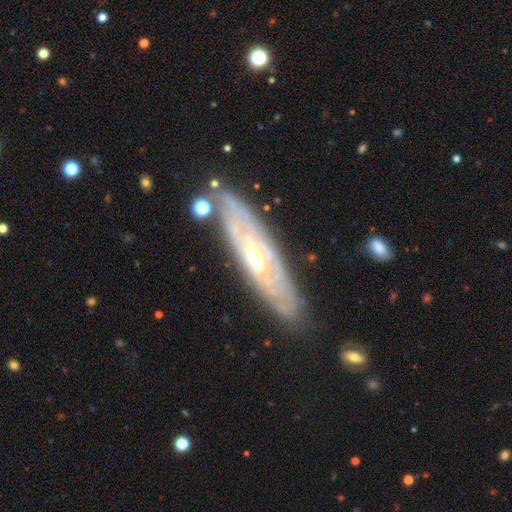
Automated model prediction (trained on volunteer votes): Smooth or featured?
  - featured or disk: 83% *
  - smooth: 12%
  - star or artifact: 5%
Edge-on disk?
  - no: 72% *
  - yes: 28%
Bar?
  - no: 64% *
  - weak: 25%
  - strong: 11%
Spiral arms?
  - yes: 72% *
  - no: 28%
Bulge size?
  - moderate: 68% *
  - small: 16%
  - large: 13%
  - dominant: 2%
  - none: 1%
Merging?
  - none: 74% *
  - minor disturbance: 17%
  - major disturbance: 6%
  - merger: 3%